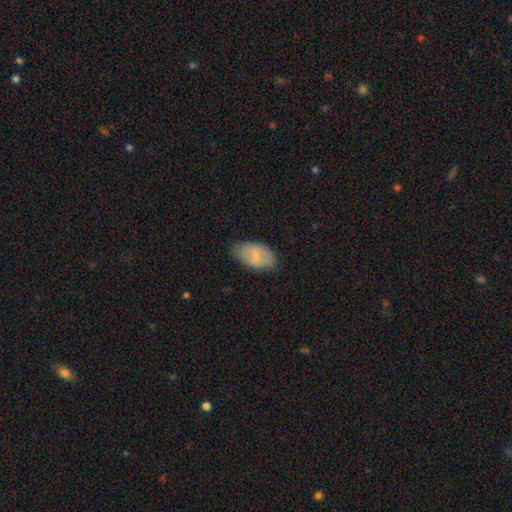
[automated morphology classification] Smooth or featured? Predicted: smooth (p=0.72). How rounded? Predicted: in between (p=0.94). Merging? Predicted: none (p=0.75).